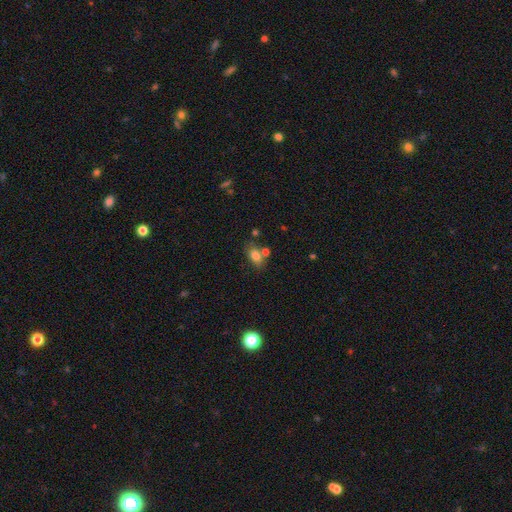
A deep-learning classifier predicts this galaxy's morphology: Smooth or featured?
  - smooth: 78% *
  - featured or disk: 11%
  - star or artifact: 11%
How rounded?
  - in between: 86% *
  - round: 11%
  - cigar-shaped: 3%
Merging?
  - none: 61% *
  - merger: 19%
  - minor disturbance: 15%
  - major disturbance: 5%